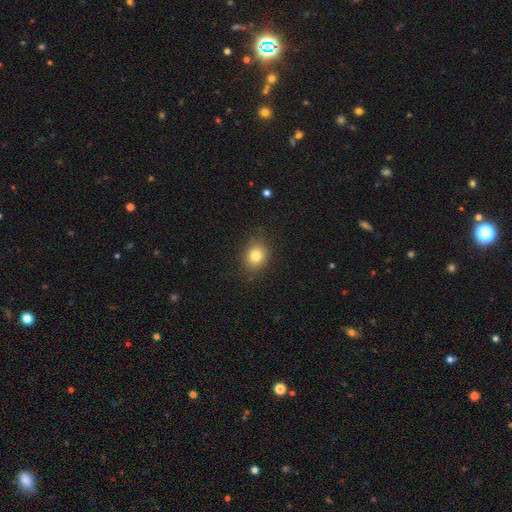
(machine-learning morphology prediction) The model was most divided on "how rounded": round: 63%, in between: 36%, cigar-shaped: 1%. More confident: merging — none (84%); smooth or featured — smooth (81%).